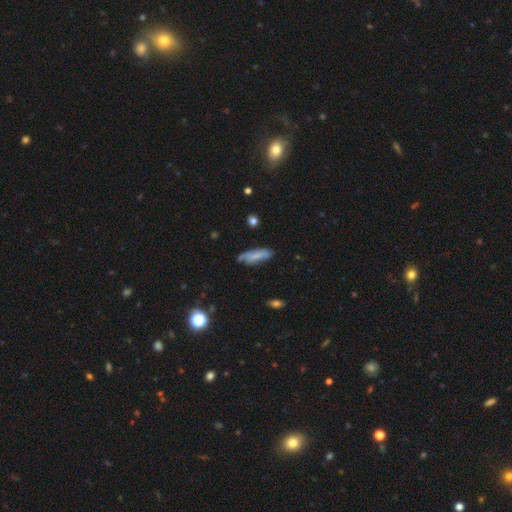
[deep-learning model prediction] This appears to be a smooth galaxy with no disk features (62%) that is in between round and cigar-shaped (50%). Merging: none (59%).